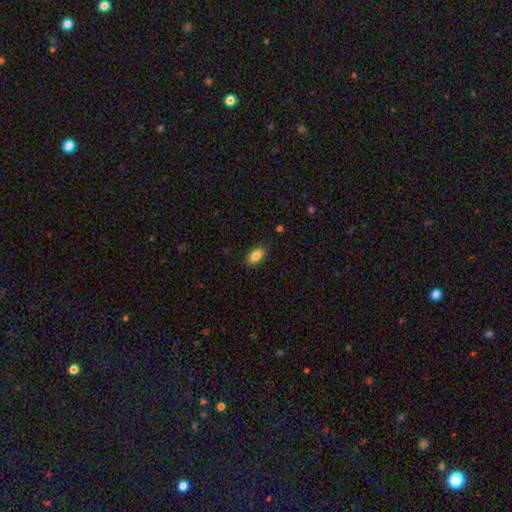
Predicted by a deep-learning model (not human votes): Morphology: type=smooth (86%); roundness=in between (89%); merging=none (85%).